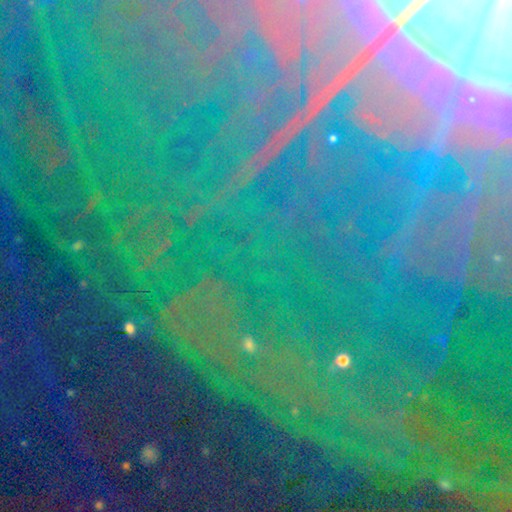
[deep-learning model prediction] smooth_or_featured: star or artifact (p=0.86) [alt: featured or disk p=0.08]